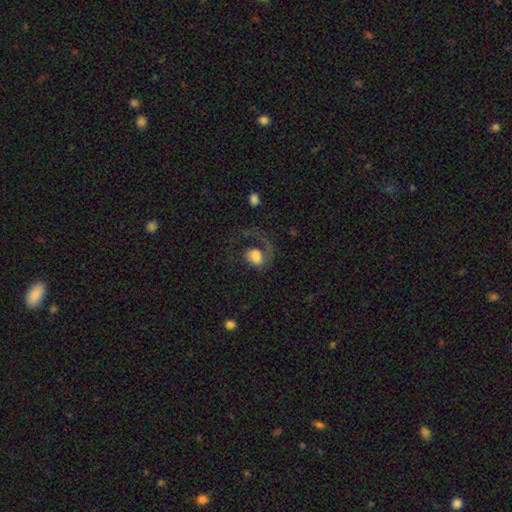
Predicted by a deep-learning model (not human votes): smooth_or_featured: smooth (p=0.49) [alt: featured or disk p=0.42]
merging: major disturbance (p=0.50) [alt: none p=0.32]